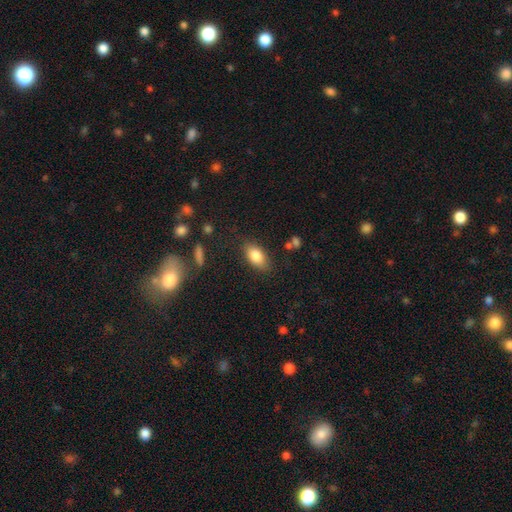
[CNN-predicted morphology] Smooth or featured: smooth — 83% (featured or disk — 9%)
How rounded: in between — 89% (round — 6%)
Merging: none — 81% (minor disturbance — 13%)